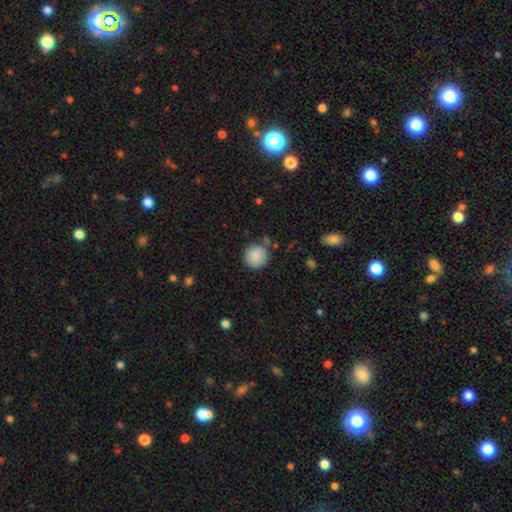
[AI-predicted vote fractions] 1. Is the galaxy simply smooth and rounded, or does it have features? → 86% smooth, 7% star or artifact, 6% featured or disk.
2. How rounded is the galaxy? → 94% round, 5% in between, 1% cigar-shaped.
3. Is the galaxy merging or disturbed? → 80% none, 12% minor disturbance, 4% merger, 3% major disturbance.